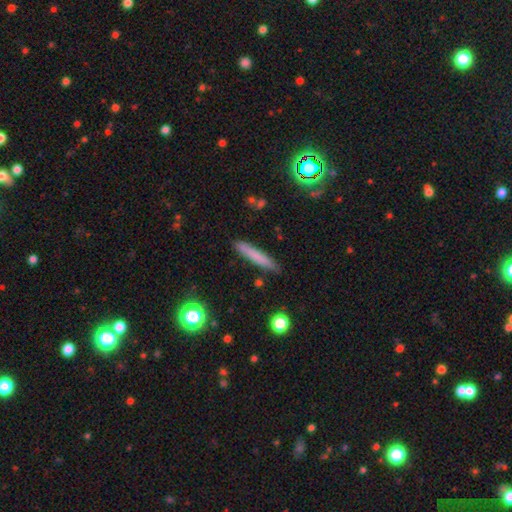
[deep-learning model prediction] Q: Smooth or featured?
A: smooth (72%); runner-up: featured or disk (20%)
Q: How rounded?
A: cigar-shaped (94%); runner-up: in between (5%)
Q: Merging?
A: none (87%); runner-up: minor disturbance (9%)